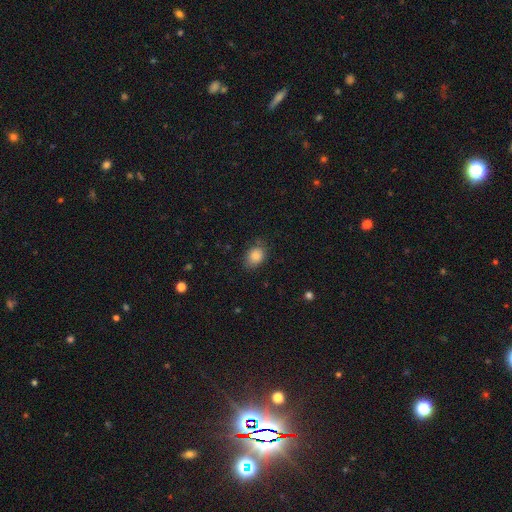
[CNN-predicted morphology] Overall: smooth (86%). How rounded: in between (70%). Merging: none (73%).